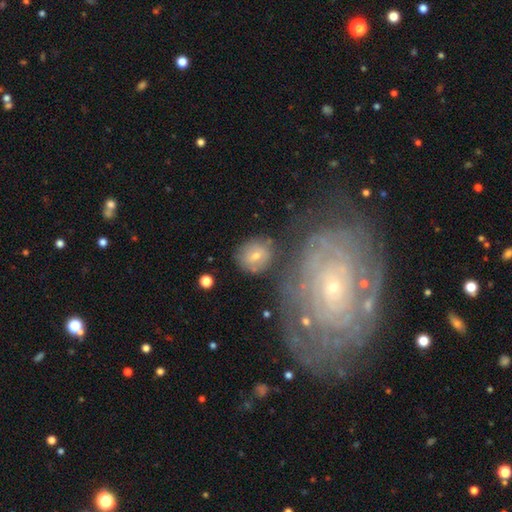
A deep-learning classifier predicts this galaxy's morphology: smooth-or-featured: smooth: 60% | featured or disk: 31% | star or artifact: 9%
  how-rounded: round: 76% | in between: 22% | cigar-shaped: 1%
  merging: none: 71% | minor disturbance: 14% | merger: 9% | major disturbance: 6%